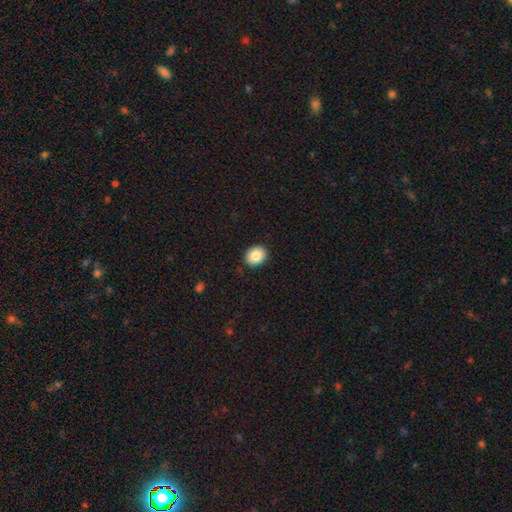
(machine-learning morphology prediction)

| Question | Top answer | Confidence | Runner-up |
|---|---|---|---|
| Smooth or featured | smooth | 87% | star or artifact (8%) |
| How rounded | round | 58% | in between (41%) |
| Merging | none | 89% | minor disturbance (8%) |